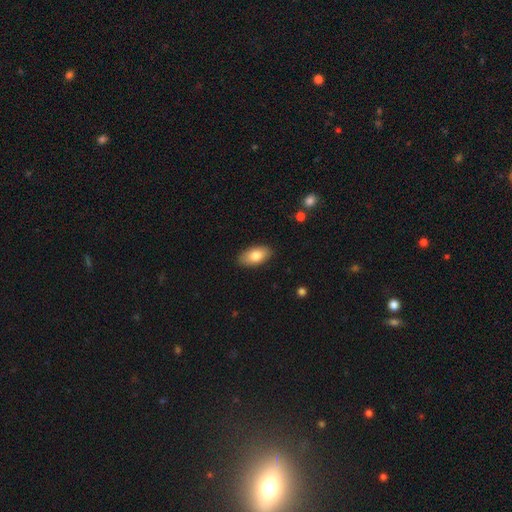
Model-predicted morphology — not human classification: Smooth or featured: smooth — 81% (featured or disk — 13%)
How rounded: in between — 93% (cigar-shaped — 4%)
Merging: none — 88% (minor disturbance — 9%)